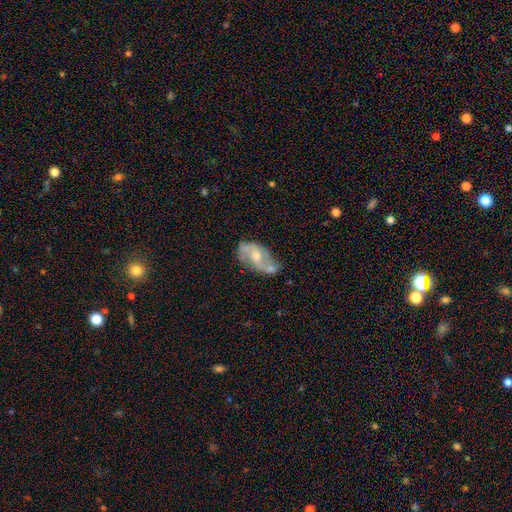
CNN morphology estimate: Smooth or featured? featured or disk (70%)
Edge-on disk? no (95%)
Bar? no (58%)
Spiral arms? yes (78%)
Spiral winding? medium (43%)
Spiral arm count? 2 (75%)
Bulge size? moderate (60%)
Merging? none (44%)